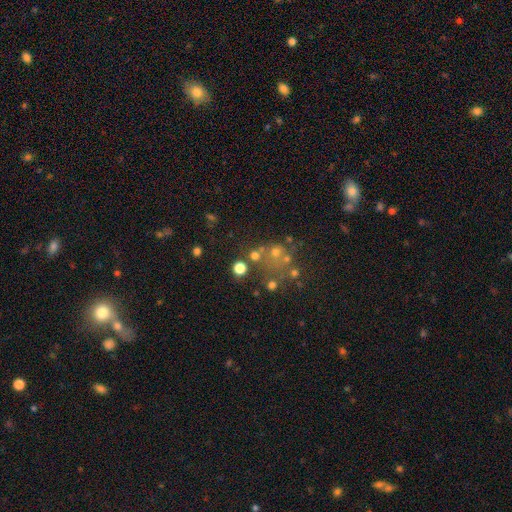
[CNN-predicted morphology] This appears to be a smooth galaxy with no disk features (44%). Merging: none (54%).